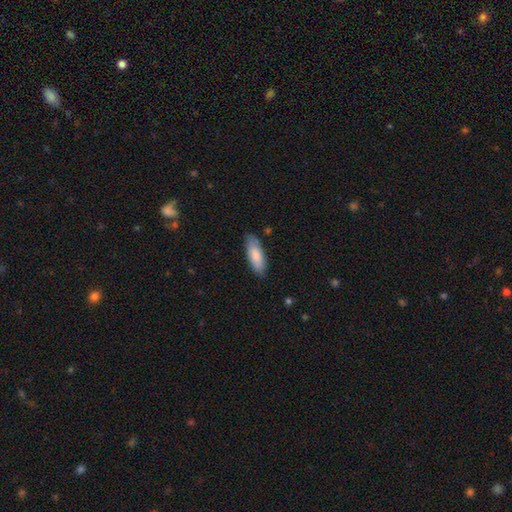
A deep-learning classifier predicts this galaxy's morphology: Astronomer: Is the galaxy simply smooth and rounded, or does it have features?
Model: smooth — 84%.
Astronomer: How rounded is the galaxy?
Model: in between — 67%.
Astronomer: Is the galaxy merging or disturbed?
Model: none — 83%.